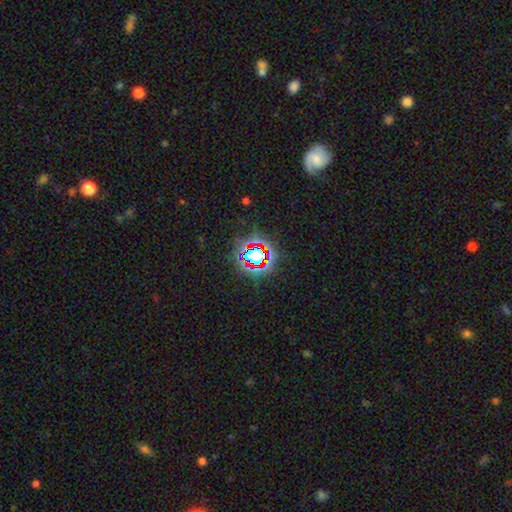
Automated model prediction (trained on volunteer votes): smooth_or_featured: star or artifact (p=0.72) [alt: smooth p=0.17]